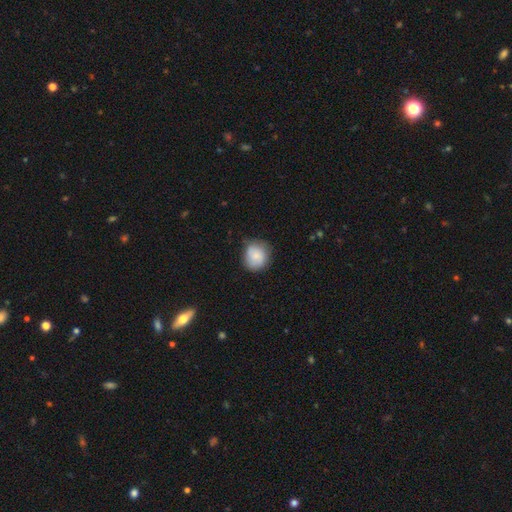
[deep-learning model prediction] smooth_or_featured: smooth (p=0.82) [alt: featured or disk p=0.11]
how_rounded: round (p=0.82) [alt: in between p=0.17]
merging: none (p=0.69) [alt: minor disturbance p=0.24]